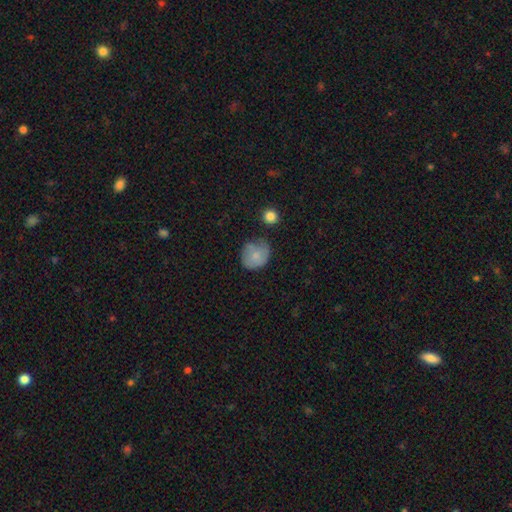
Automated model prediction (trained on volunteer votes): This appears to be a smooth galaxy with no disk features (76%) that is round (76%). Merging: none (56%).